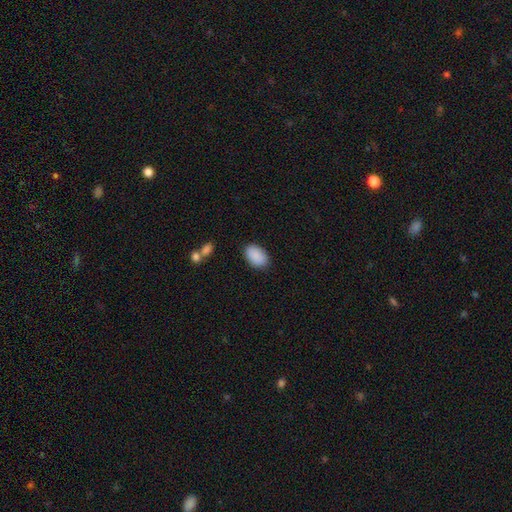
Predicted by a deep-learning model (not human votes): The model was most divided on "merging": none: 86%, minor disturbance: 10%, major disturbance: 3%, merger: 2%. More confident: how rounded — in between (92%); smooth or featured — smooth (90%).